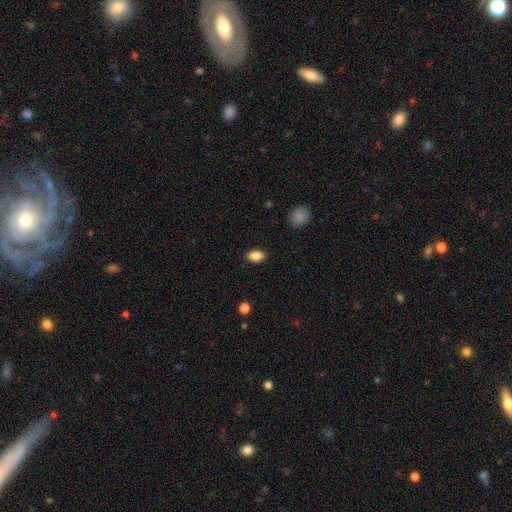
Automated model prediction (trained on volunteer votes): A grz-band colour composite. It shows a smooth galaxy with no disk features (87%) that is in between round and cigar-shaped (88%). Merging: none (87%).